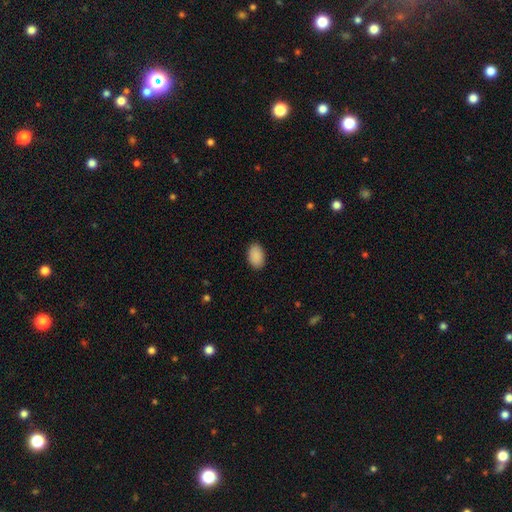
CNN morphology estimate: A smooth galaxy with no disk features (91%) that is in between round and cigar-shaped (90%). Merging: none (89%).